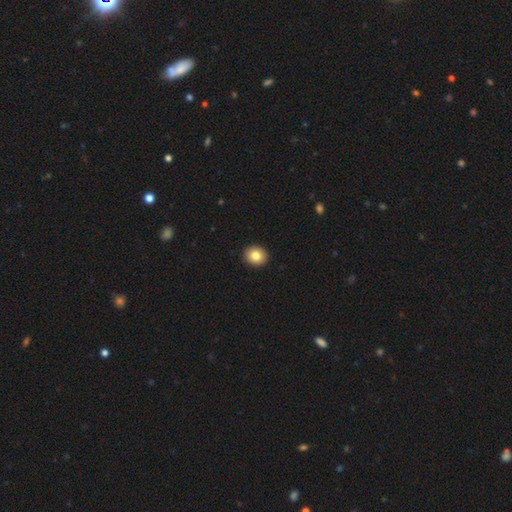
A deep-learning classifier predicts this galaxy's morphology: A smooth galaxy with no disk features (83%) that is round (72%). Merging: none (93%).